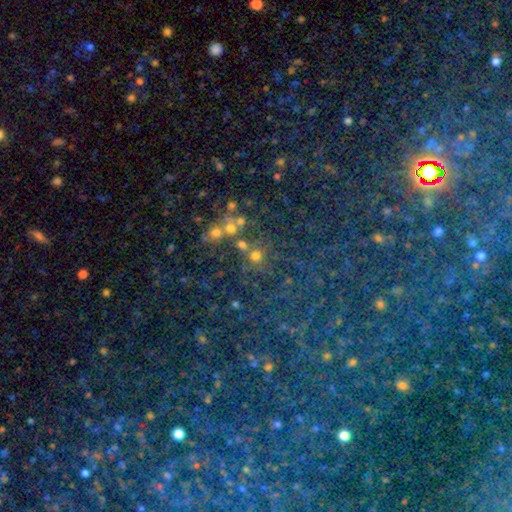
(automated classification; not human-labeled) Smooth or featured?
  - smooth: 45% *
  - star or artifact: 38%
  - featured or disk: 17%
Merging?
  - none: 64% *
  - merger: 17%
  - minor disturbance: 11%
  - major disturbance: 7%